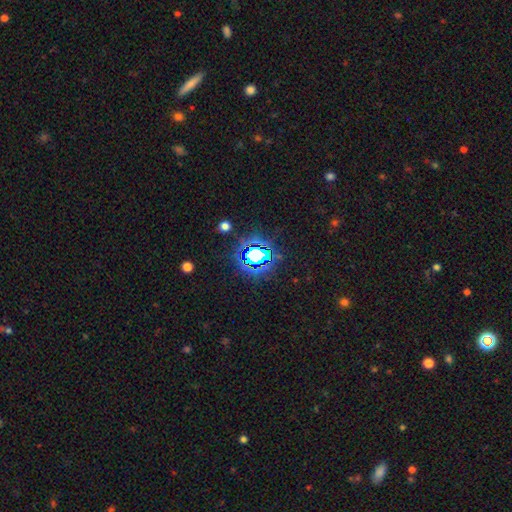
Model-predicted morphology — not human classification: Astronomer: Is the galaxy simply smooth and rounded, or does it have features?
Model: star or artifact — 69%.